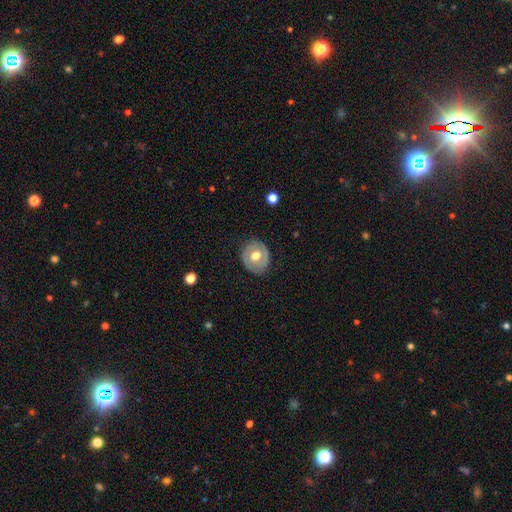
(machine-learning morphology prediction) A featured or disk galaxy (50%).

Vote fractions:
- Smooth or featured? featured or disk: 50% / smooth: 44% / star or artifact: 6%
- Merging? none: 81% / minor disturbance: 14% / major disturbance: 4% / merger: 1%